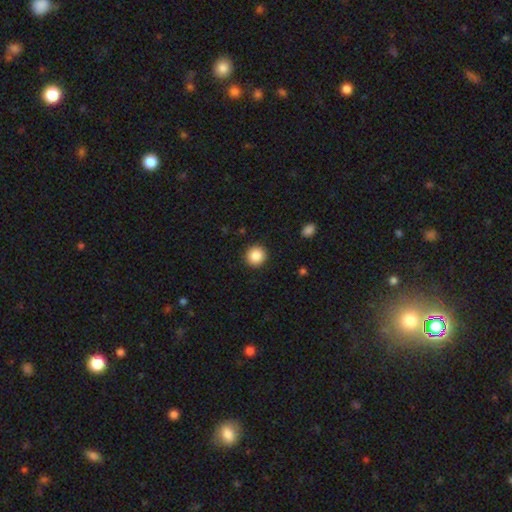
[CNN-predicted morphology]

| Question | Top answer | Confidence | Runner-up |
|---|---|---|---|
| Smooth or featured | smooth | 87% | star or artifact (9%) |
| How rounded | round | 94% | in between (5%) |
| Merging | none | 92% | minor disturbance (5%) |